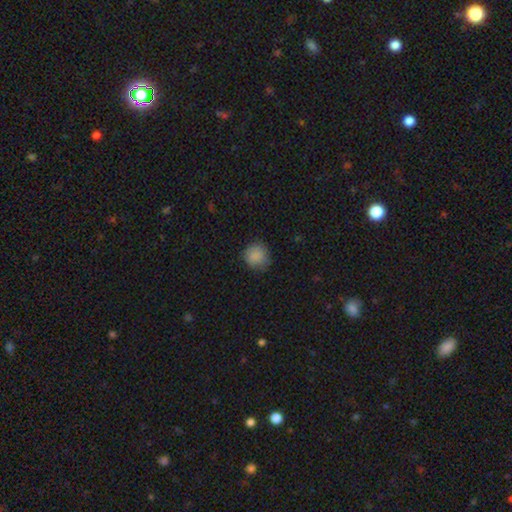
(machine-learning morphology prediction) Smooth or featured? Predicted: smooth (p=0.87). How rounded? Predicted: round (p=0.89). Merging? Predicted: none (p=0.80).